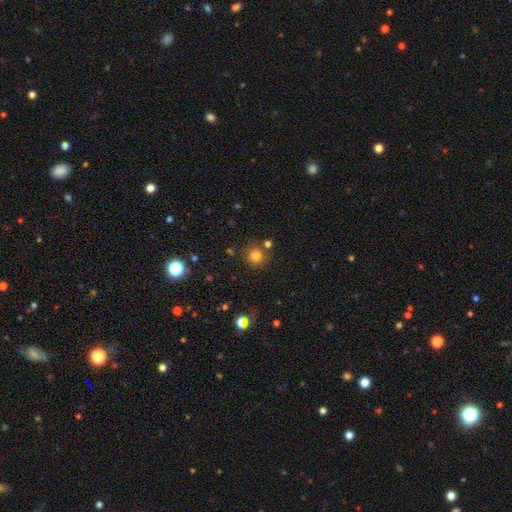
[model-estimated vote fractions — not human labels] Smooth or featured: smooth — 78% (star or artifact — 16%)
How rounded: round — 93% (in between — 6%)
Merging: none — 80% (merger — 8%)